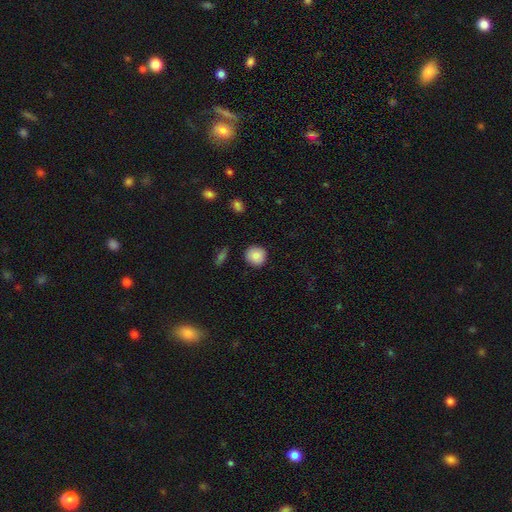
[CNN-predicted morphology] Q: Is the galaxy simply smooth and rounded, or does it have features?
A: smooth — 83%.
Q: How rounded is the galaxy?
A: round — 91%.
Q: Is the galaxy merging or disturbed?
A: none — 89%.